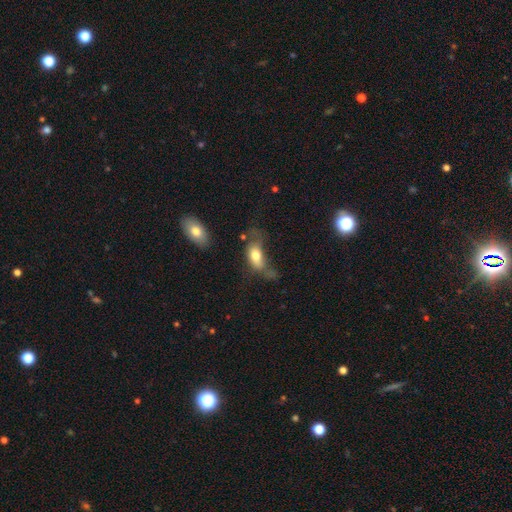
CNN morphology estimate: smooth_or_featured: smooth (p=0.70) [alt: featured or disk p=0.21]
how_rounded: in between (p=0.86) [alt: round p=0.08]
merging: major disturbance (p=0.41) [alt: minor disturbance p=0.24]